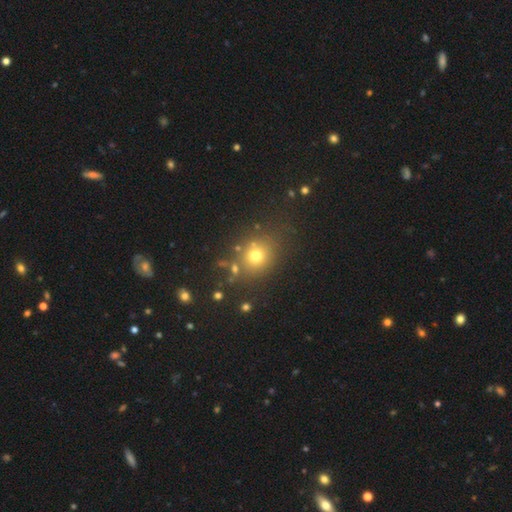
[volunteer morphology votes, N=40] Q: Smooth or featured?
A: smooth (75%); runner-up: featured or disk (20%)
Q: How rounded?
A: round (83%); runner-up: in between (17%)
Q: Merging?
A: none (87%); runner-up: minor disturbance (8%)